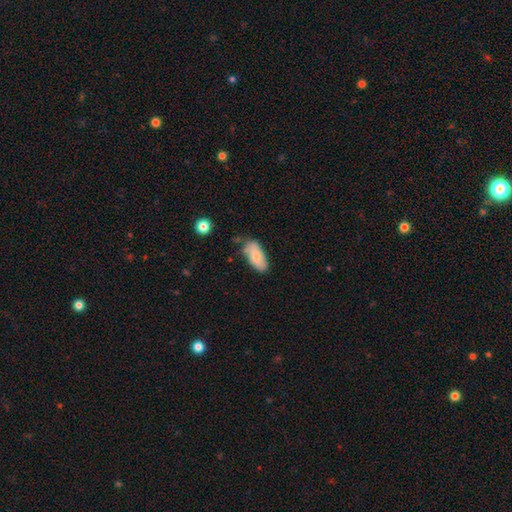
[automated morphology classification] smooth 75%, featured or disk 19%, star or artifact 6%. Down the decision tree: how rounded — in between (90%); merging — none (62%).